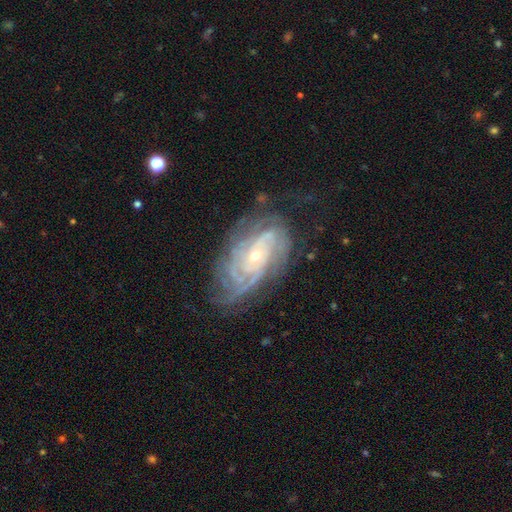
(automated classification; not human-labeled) Smooth or featured?
  - featured or disk: 88% *
  - star or artifact: 6%
  - smooth: 6%
Edge-on disk?
  - no: 95% *
  - yes: 5%
Bar?
  - no: 69% *
  - weak: 23%
  - strong: 8%
Spiral arms?
  - yes: 97% *
  - no: 3%
Spiral winding?
  - tight: 73% *
  - medium: 23%
  - loose: 5%
Spiral arm count?
  - can't tell: 33% *
  - 4: 19%
  - 3: 16%
  - 2: 14%
  - more than 4: 11%
  - 1: 6%
Bulge size?
  - small: 63% *
  - moderate: 34%
  - large: 2%
  - none: 1%
  - dominant: 1%
Merging?
  - none: 66% *
  - minor disturbance: 21%
  - major disturbance: 12%
  - merger: 2%